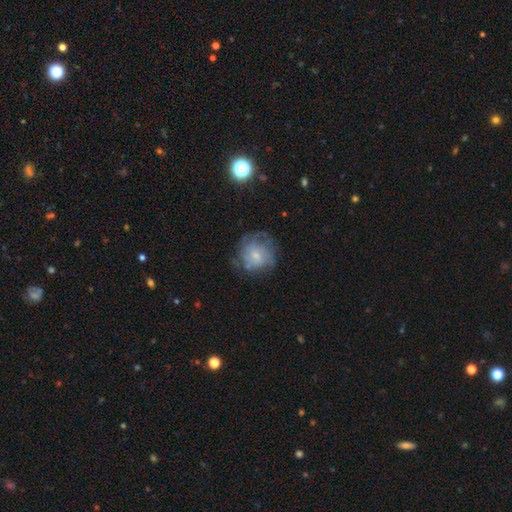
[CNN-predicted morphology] Overall: featured or disk (48%; smooth 43%). Merging: none (59%; minor disturbance 24%).